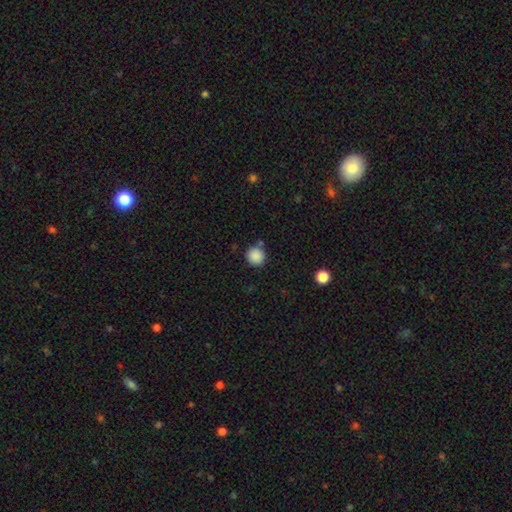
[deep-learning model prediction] Smooth or featured? Predicted: smooth (p=0.88). How rounded? Predicted: round (p=0.94). Merging? Predicted: none (p=0.81).